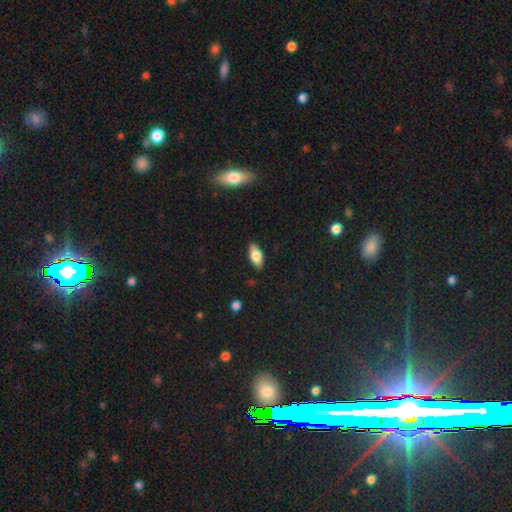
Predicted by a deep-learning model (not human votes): Overall: smooth (72%). How rounded: in between (87%). Merging: none (84%).